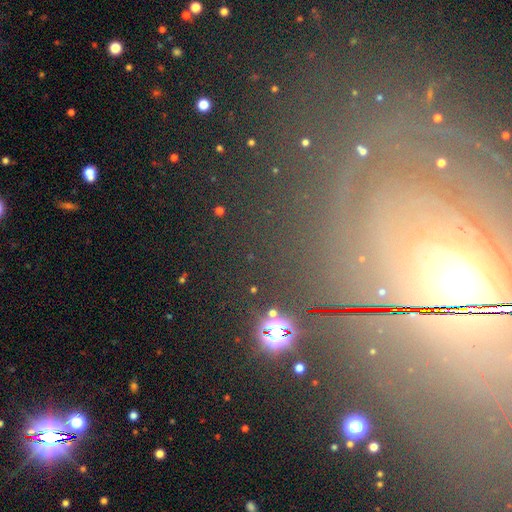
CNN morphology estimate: This appears to be a star or artifact, not a galaxy (43%).